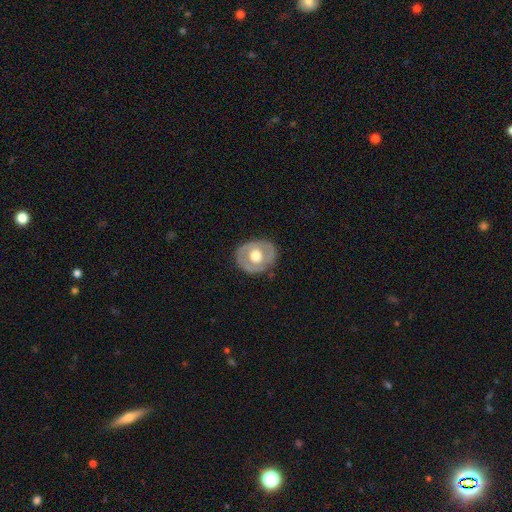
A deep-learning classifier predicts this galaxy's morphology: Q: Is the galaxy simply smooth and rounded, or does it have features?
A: featured or disk — 52%.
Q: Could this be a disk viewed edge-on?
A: no — 94%.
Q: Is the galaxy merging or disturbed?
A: none — 79%.